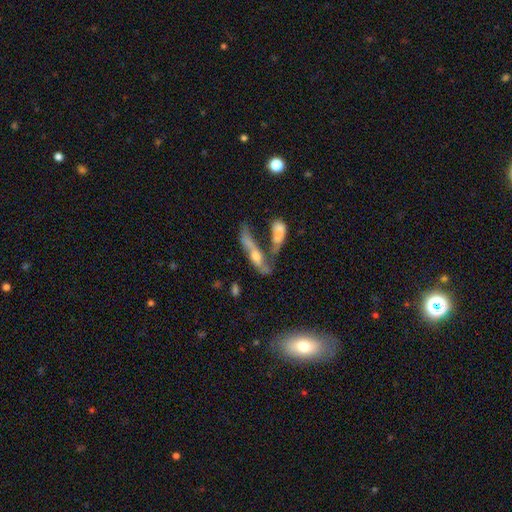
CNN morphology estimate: A featured or disk galaxy (52%).

Vote fractions:
- Smooth or featured? featured or disk: 52% / smooth: 36% / star or artifact: 12%
- Edge-on disk? no: 63% / yes: 37%
- Merging? merger: 50% / major disturbance: 20% / none: 19% / minor disturbance: 11%